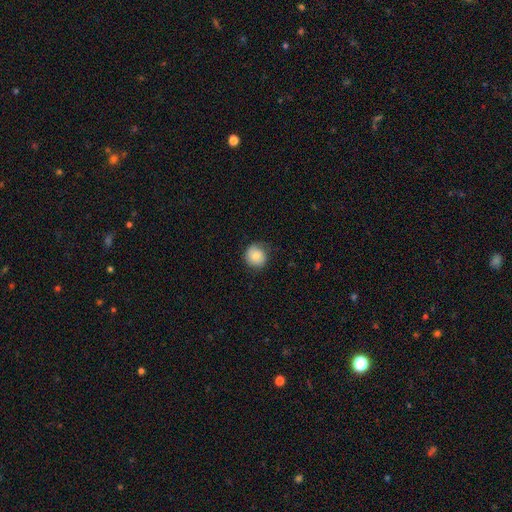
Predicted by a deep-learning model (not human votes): smooth_or_featured: smooth (p=0.80) [alt: featured or disk p=0.12]
how_rounded: round (p=0.89) [alt: in between p=0.10]
merging: none (p=0.79) [alt: minor disturbance p=0.16]